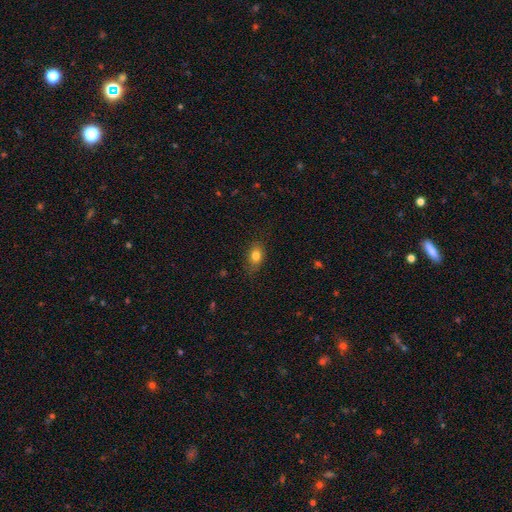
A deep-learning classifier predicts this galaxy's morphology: A smooth galaxy with no disk features (80%) that is in between round and cigar-shaped (75%).

Vote fractions:
- Smooth or featured? smooth: 80% / star or artifact: 10% / featured or disk: 9%
- How rounded? in between: 75% / round: 22% / cigar-shaped: 3%
- Merging? none: 80% / minor disturbance: 15% / major disturbance: 3% / merger: 1%